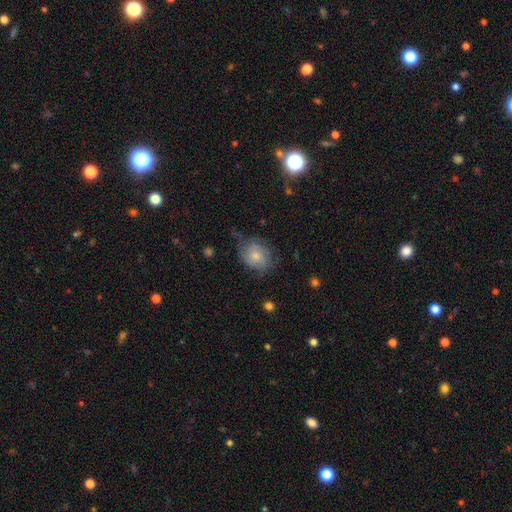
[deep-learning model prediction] Overall: smooth (56%; featured or disk 36%). How rounded: round (56%; in between 43%). Merging: none (50%; minor disturbance 32%).